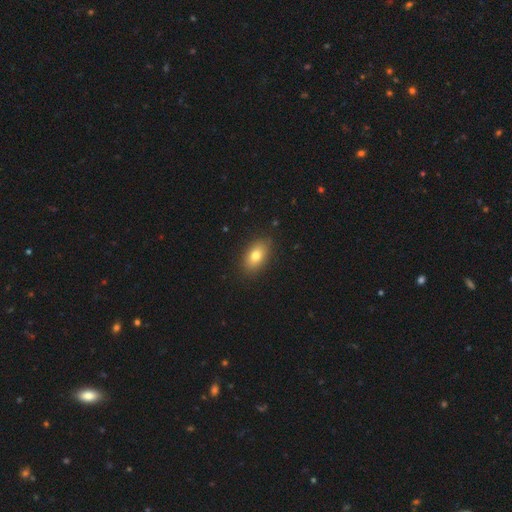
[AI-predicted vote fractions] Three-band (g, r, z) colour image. It shows a smooth galaxy with no disk features (78%) that is in between round and cigar-shaped (87%). Merging: none (87%).